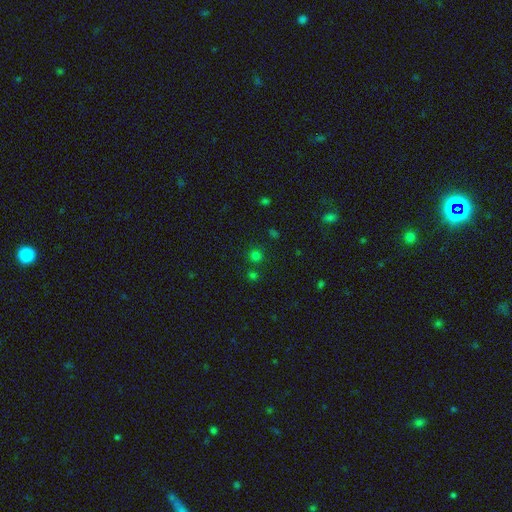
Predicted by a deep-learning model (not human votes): Smooth or featured?
  - smooth: 68% *
  - star or artifact: 27%
  - featured or disk: 5%
How rounded?
  - round: 92% *
  - in between: 7%
  - cigar-shaped: 1%
Merging?
  - none: 80% *
  - merger: 9%
  - minor disturbance: 8%
  - major disturbance: 3%